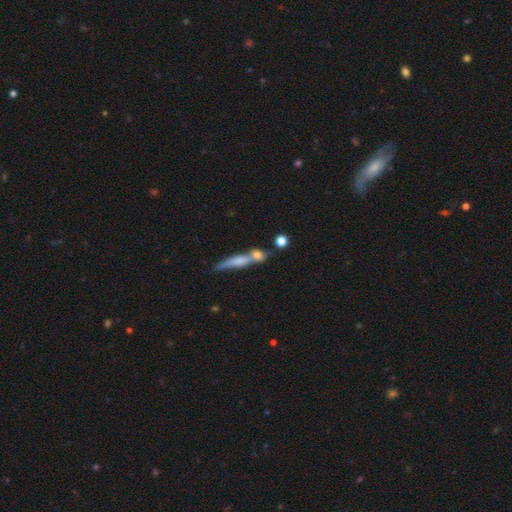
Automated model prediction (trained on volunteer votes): This appears to be a smooth galaxy with no disk features (45%). Merging: none (46%).